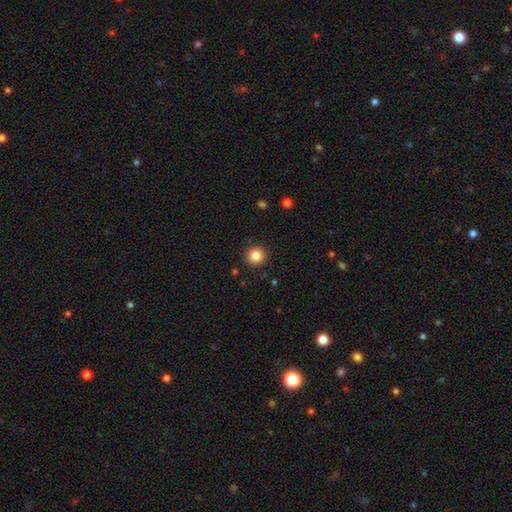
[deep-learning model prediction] A smooth galaxy with no disk features (83%) that is round (95%).

Vote fractions:
- Smooth or featured? smooth: 83% / star or artifact: 11% / featured or disk: 6%
- How rounded? round: 95% / in between: 4% / cigar-shaped: 1%
- Merging? none: 92% / minor disturbance: 5% / major disturbance: 2% / merger: 1%